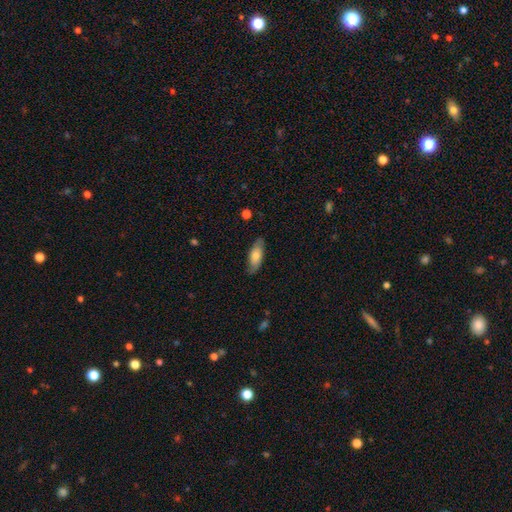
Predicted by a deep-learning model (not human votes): This appears to be a smooth galaxy with no disk features (67%) that is in between round and cigar-shaped (74%). Merging: none (81%).